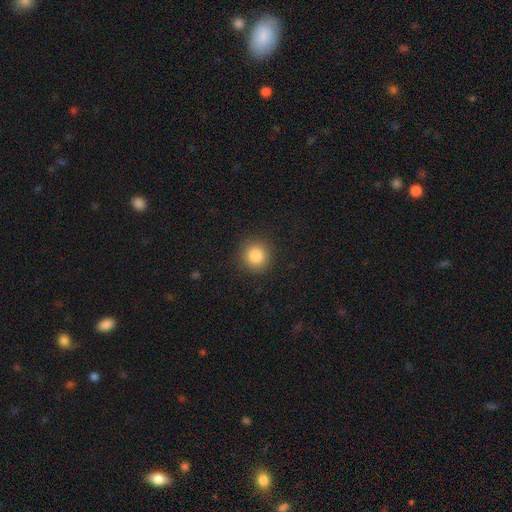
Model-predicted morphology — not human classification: type=smooth (83%); roundness=round (92%); merging=none (91%).